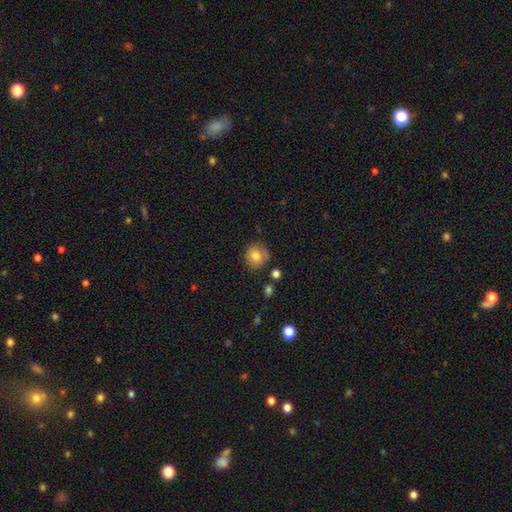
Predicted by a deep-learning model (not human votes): Smooth or featured?
  - smooth: 79% *
  - featured or disk: 12%
  - star or artifact: 10%
How rounded?
  - round: 87% *
  - in between: 12%
  - cigar-shaped: 1%
Merging?
  - none: 77% *
  - minor disturbance: 15%
  - merger: 4%
  - major disturbance: 4%